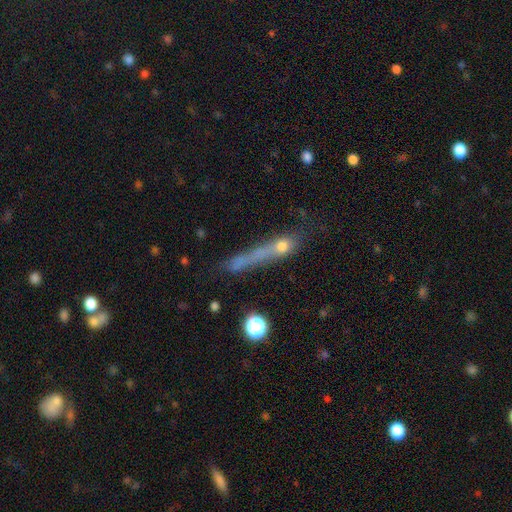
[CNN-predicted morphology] A smooth galaxy with no disk features (51%) that is cigar-shaped (74%). Merging: none (39%).